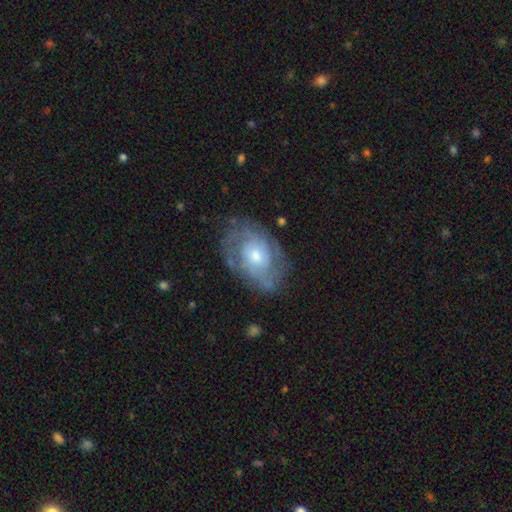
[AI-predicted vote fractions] Morphology: type=featured or disk (77%); edge-on=no (96%); bar=no (76%); spiral arms=yes (86%); winding=tight (56%); arm count=can't tell (39%); bulge=moderate (57%); merging=none (72%).